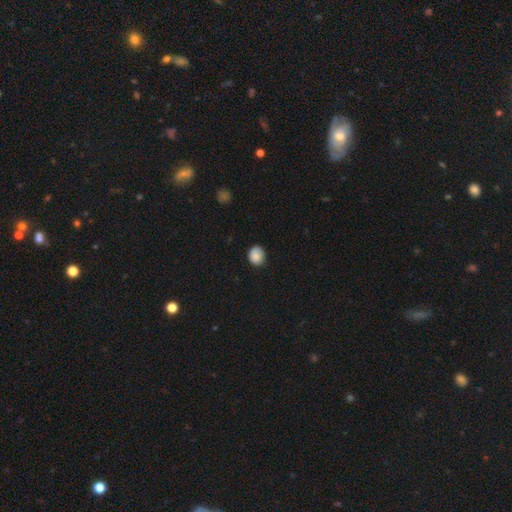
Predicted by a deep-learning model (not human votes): smooth_or_featured: smooth (p=0.87) [alt: star or artifact p=0.08]
how_rounded: round (p=0.69) [alt: in between p=0.30]
merging: none (p=0.79) [alt: minor disturbance p=0.17]